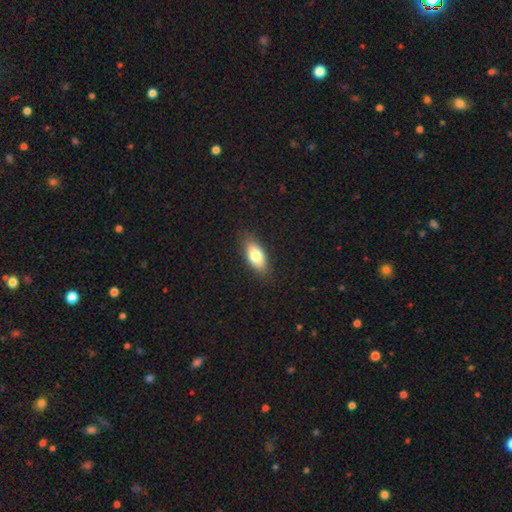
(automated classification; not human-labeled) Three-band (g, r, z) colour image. It shows a smooth galaxy with no disk features (76%) that is in between round and cigar-shaped (85%). Merging: none (87%).